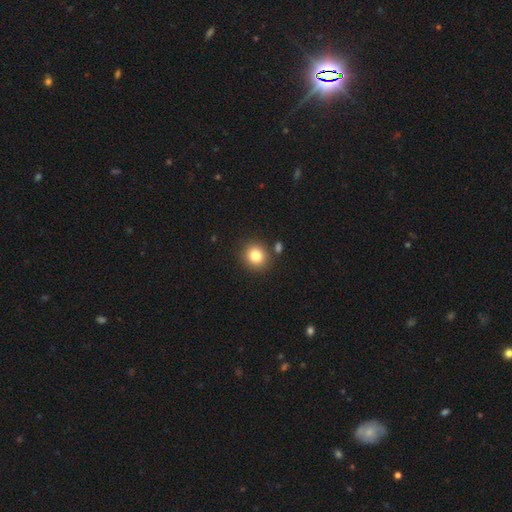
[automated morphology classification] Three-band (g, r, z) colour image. It shows a smooth galaxy with no disk features (81%) that is round (89%). Merging: none (85%).